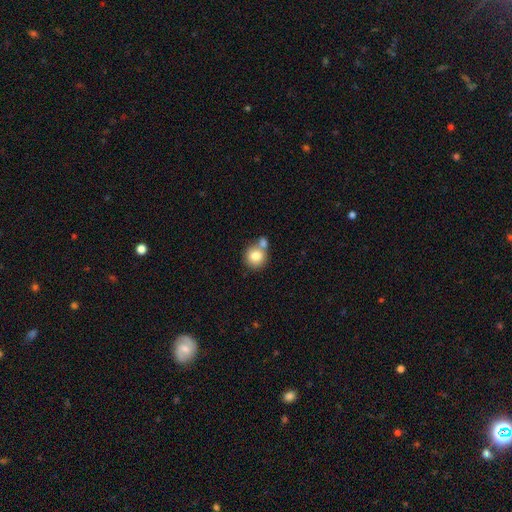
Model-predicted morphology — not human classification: smooth 80%, featured or disk 11%, star or artifact 9%. Down the decision tree: how rounded — round (88%); merging — none (50%).